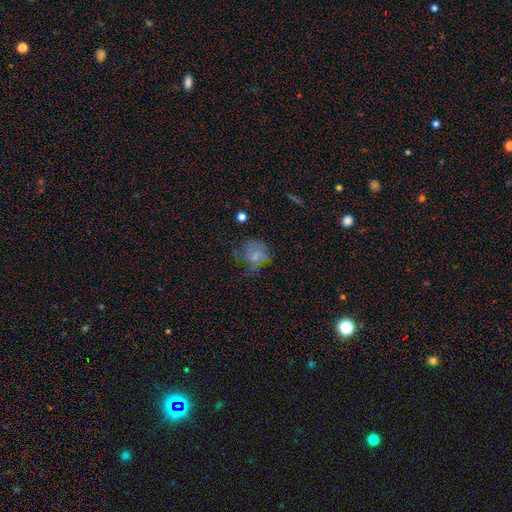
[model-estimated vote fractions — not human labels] Overall: smooth (53%; featured or disk 32%). How rounded: round (62%; in between 37%). Merging: none (39%; major disturbance 33%).